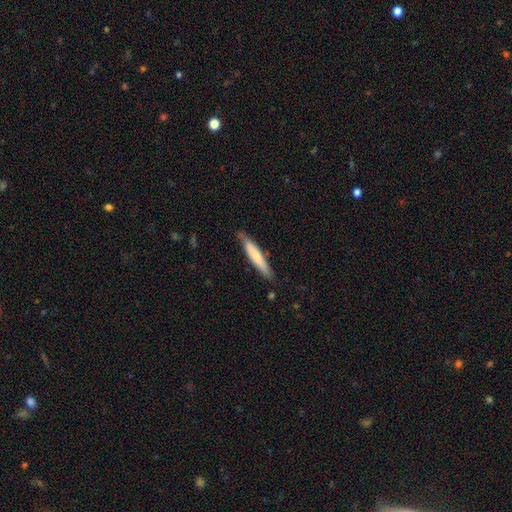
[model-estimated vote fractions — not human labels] smooth 63%, featured or disk 31%, star or artifact 5%. Down the decision tree: how rounded — cigar-shaped (91%); merging — none (83%).